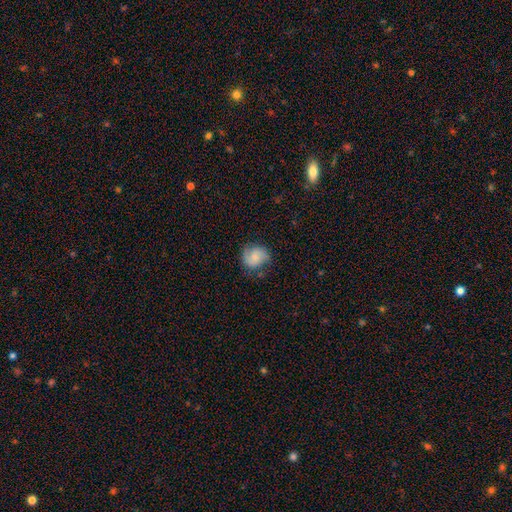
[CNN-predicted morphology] Smooth or featured: smooth — 58% (featured or disk — 34%)
How rounded: round — 73% (in between — 26%)
Merging: none — 65% (minor disturbance — 25%)